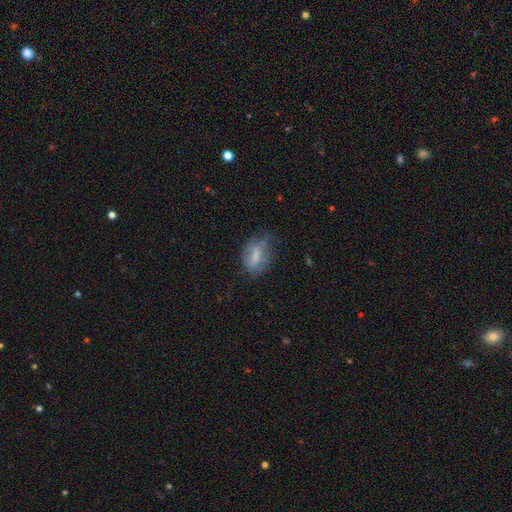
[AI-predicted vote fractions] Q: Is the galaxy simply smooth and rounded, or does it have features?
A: smooth — 59%.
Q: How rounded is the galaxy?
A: in between — 81%.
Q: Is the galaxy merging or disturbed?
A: none — 51%.